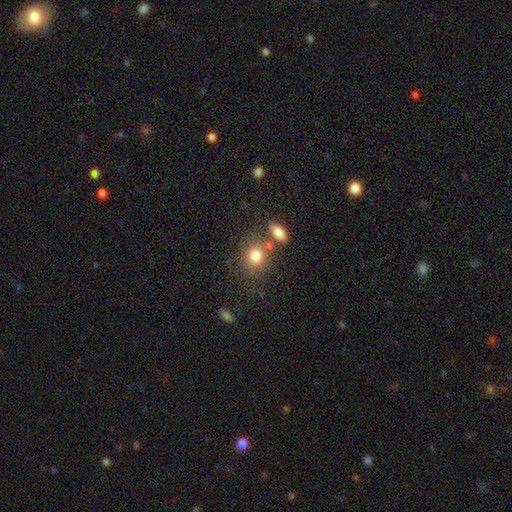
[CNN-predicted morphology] A smooth galaxy with no disk features (79%) that is round (68%). Merging: none (64%).